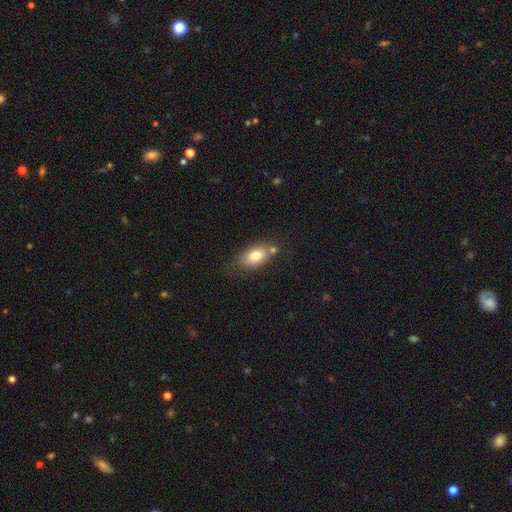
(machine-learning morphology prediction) Q: Smooth or featured?
A: smooth (78%); runner-up: featured or disk (14%)
Q: How rounded?
A: in between (87%); runner-up: round (7%)
Q: Merging?
A: none (59%); runner-up: minor disturbance (19%)